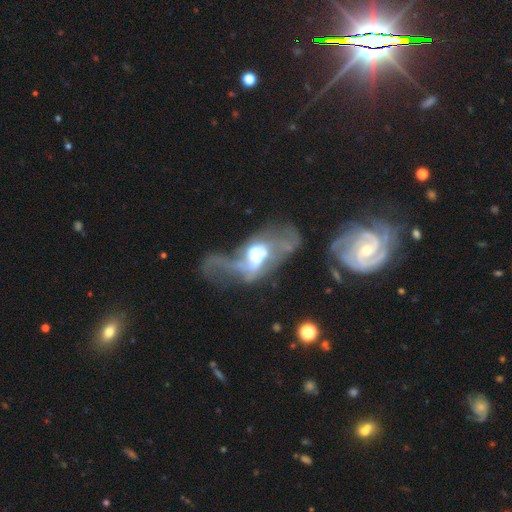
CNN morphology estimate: This appears to be a featured or disk galaxy (73%) with no bar (58%), spiral arms (63%) and a moderate central bulge (53%). Merging: major disturbance (60%).